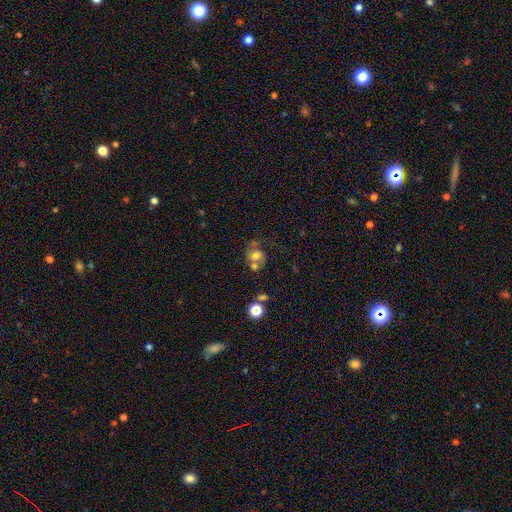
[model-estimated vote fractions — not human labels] smooth_or_featured: smooth (p=0.55) [alt: featured or disk p=0.31]
how_rounded: round (p=0.67) [alt: in between p=0.32]
merging: merger (p=0.35) [tied with: none p=0.35]